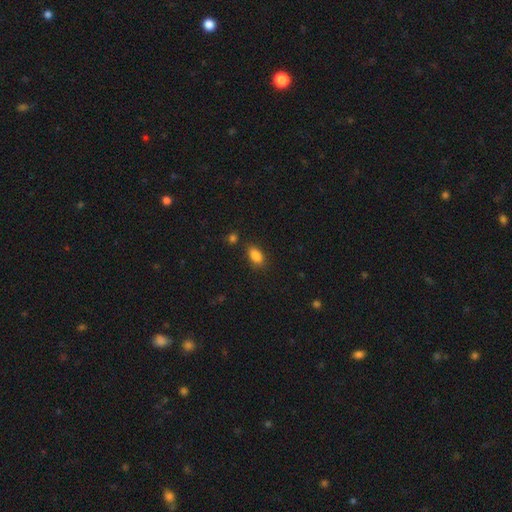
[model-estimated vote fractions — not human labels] smooth-or-featured: smooth: 86% | star or artifact: 9% | featured or disk: 5%
  how-rounded: in between: 89% | round: 6% | cigar-shaped: 5%
  merging: none: 81% | minor disturbance: 12% | merger: 4% | major disturbance: 3%